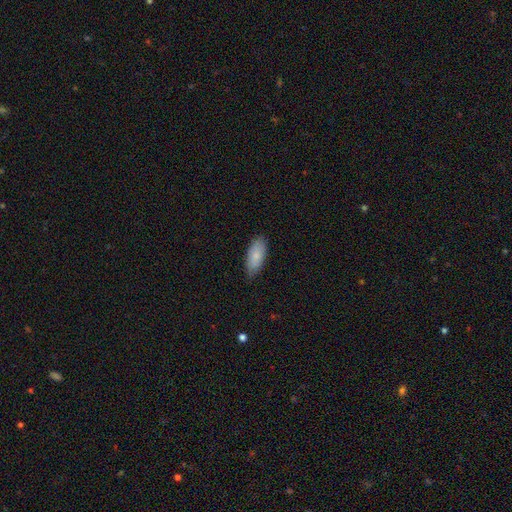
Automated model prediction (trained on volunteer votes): Q: Smooth or featured?
A: smooth (84%); runner-up: featured or disk (10%)
Q: How rounded?
A: in between (84%); runner-up: cigar-shaped (14%)
Q: Merging?
A: none (80%); runner-up: minor disturbance (17%)